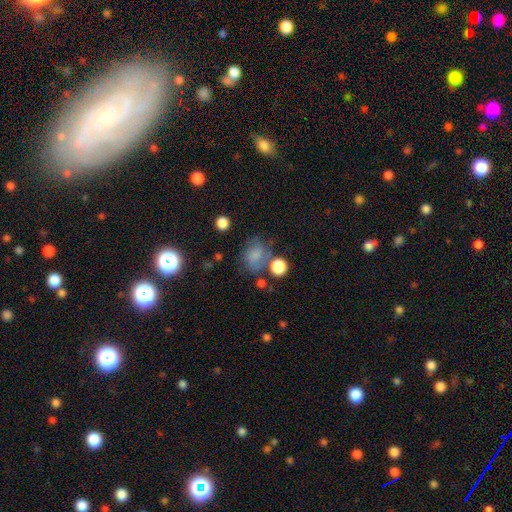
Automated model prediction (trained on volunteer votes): Q: Smooth or featured?
A: smooth (69%); runner-up: featured or disk (18%)
Q: How rounded?
A: round (55%); runner-up: in between (44%)
Q: Merging?
A: none (51%); runner-up: minor disturbance (23%)